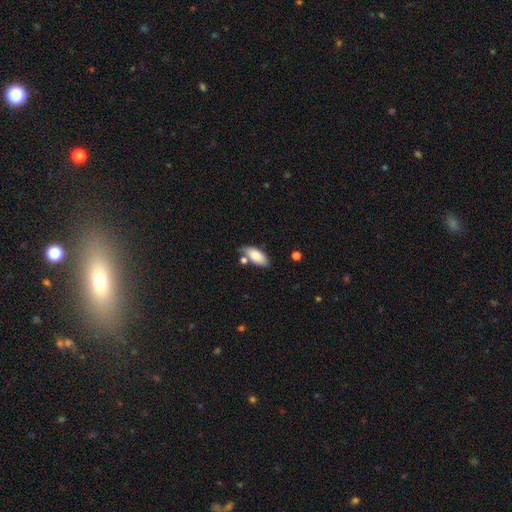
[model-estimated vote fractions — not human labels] A smooth galaxy with no disk features (84%) that is in between round and cigar-shaped (88%).

Vote fractions:
- Smooth or featured? smooth: 84% / featured or disk: 9% / star or artifact: 7%
- How rounded? in between: 88% / cigar-shaped: 10% / round: 2%
- Merging? none: 65% / minor disturbance: 18% / merger: 13% / major disturbance: 4%